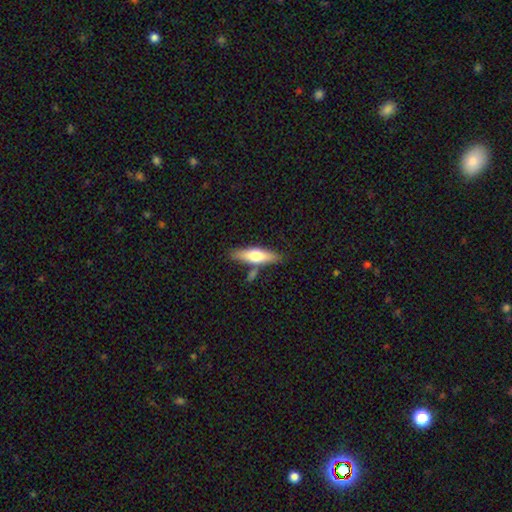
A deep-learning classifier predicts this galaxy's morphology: Q: Smooth or featured?
A: smooth (57%); runner-up: featured or disk (38%)
Q: How rounded?
A: cigar-shaped (61%); runner-up: in between (36%)
Q: Merging?
A: none (73%); runner-up: minor disturbance (13%)